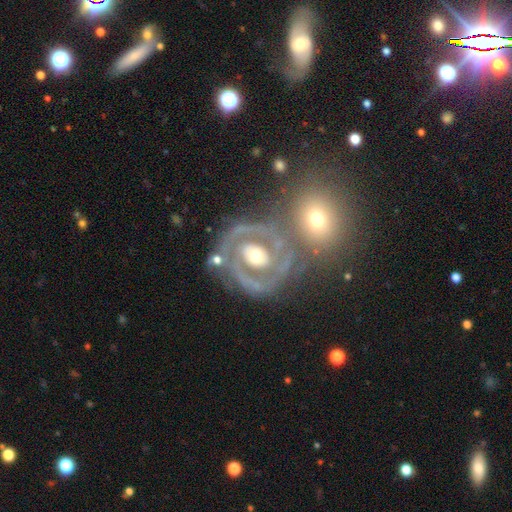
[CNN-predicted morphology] Smooth or featured: featured or disk — 81% (smooth — 13%)
Edge-on disk: no — 97% (yes — 3%)
Bar: no — 69% (weak — 20%)
Spiral arms: yes — 71% (no — 29%)
Spiral winding: tight — 61% (medium — 30%)
Spiral arm count: 2 — 51% (can't tell — 20%)
Bulge size: moderate — 71% (small — 13%)
Merging: none — 49% (merger — 25%)